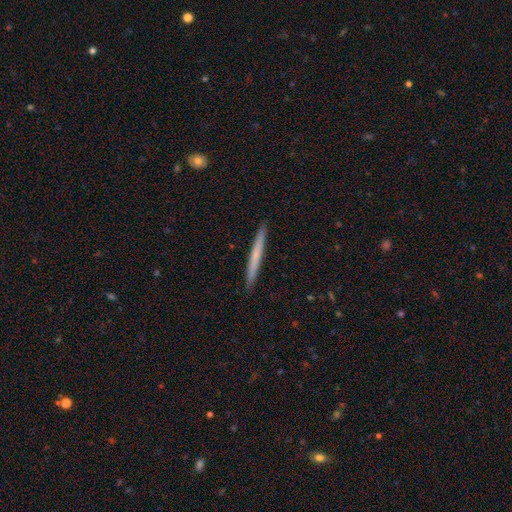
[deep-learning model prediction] Q: Smooth or featured?
A: smooth (56%); runner-up: featured or disk (38%)
Q: How rounded?
A: cigar-shaped (97%); runner-up: in between (2%)
Q: Merging?
A: none (92%); runner-up: minor disturbance (5%)